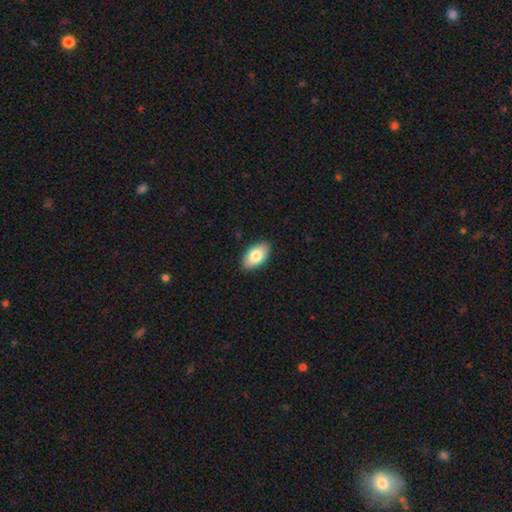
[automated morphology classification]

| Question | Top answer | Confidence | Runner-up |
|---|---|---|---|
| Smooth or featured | smooth | 81% | featured or disk (12%) |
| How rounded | in between | 95% | round (4%) |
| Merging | none | 89% | minor disturbance (8%) |